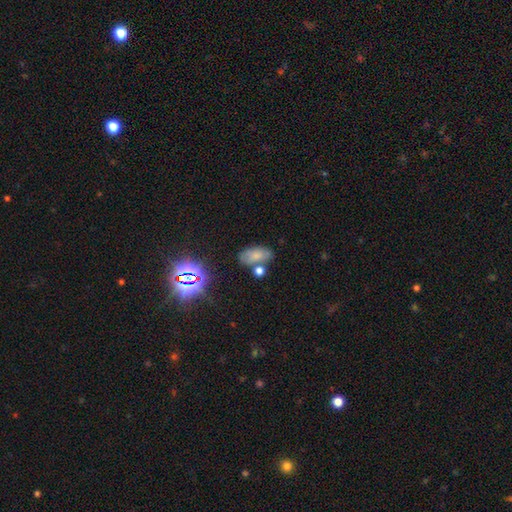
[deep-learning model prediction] Overall: smooth (69%). How rounded: in between (90%). Merging: none (57%; merger 19%).